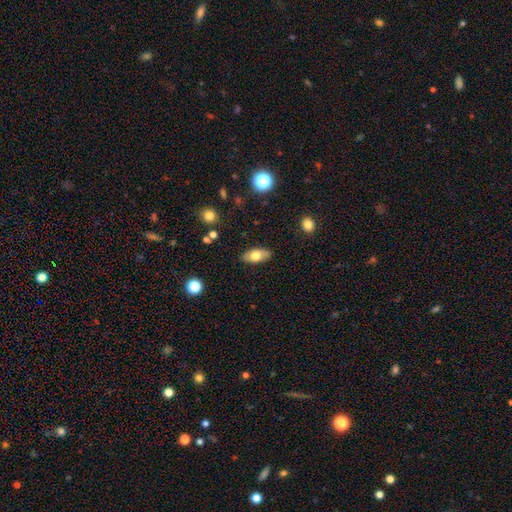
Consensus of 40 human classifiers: Q: Smooth or featured?
A: smooth (65%); runner-up: featured or disk (28%)
Q: How rounded?
A: in between (77%); runner-up: cigar-shaped (15%)
Q: Merging?
A: none (86%); runner-up: minor disturbance (11%)